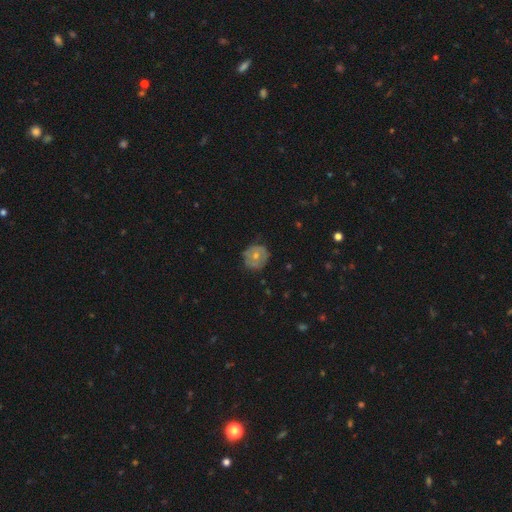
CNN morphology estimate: Smooth or featured? smooth (47%)
Merging? none (74%)